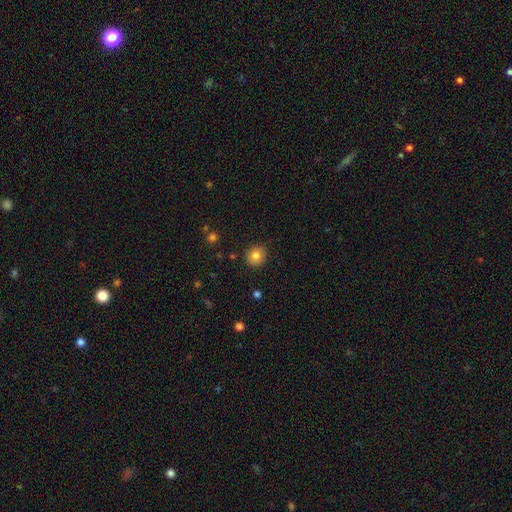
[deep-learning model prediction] smooth 81%, star or artifact 10%, featured or disk 9%. Down the decision tree: how rounded — round (84%); merging — none (89%).